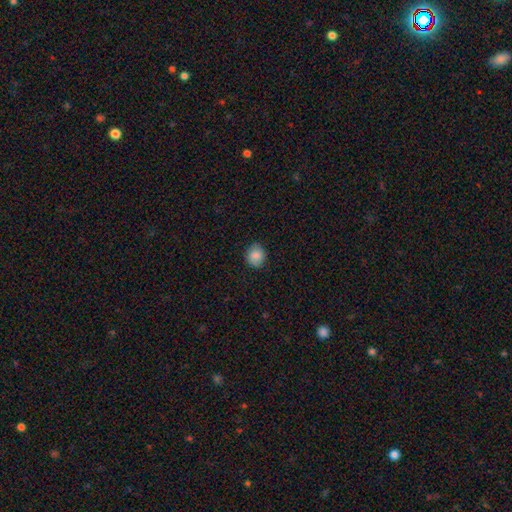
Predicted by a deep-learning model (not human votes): smooth-or-featured: smooth: 85% | star or artifact: 8% | featured or disk: 7%
  how-rounded: round: 80% | in between: 19% | cigar-shaped: 1%
  merging: none: 85% | minor disturbance: 11% | major disturbance: 3% | merger: 1%